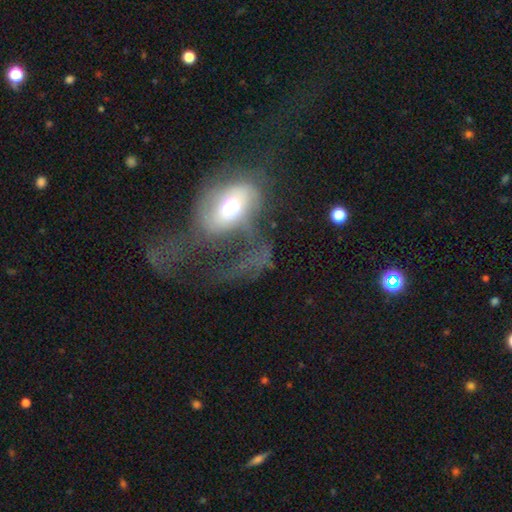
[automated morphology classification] type=featured or disk (51%); edge-on=no (92%); merging=major disturbance (65%).